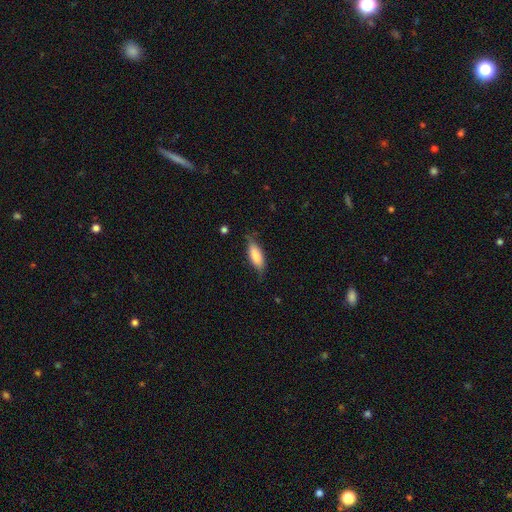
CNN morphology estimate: A smooth galaxy with no disk features (78%) that is in between round and cigar-shaped (71%). Merging: none (67%).